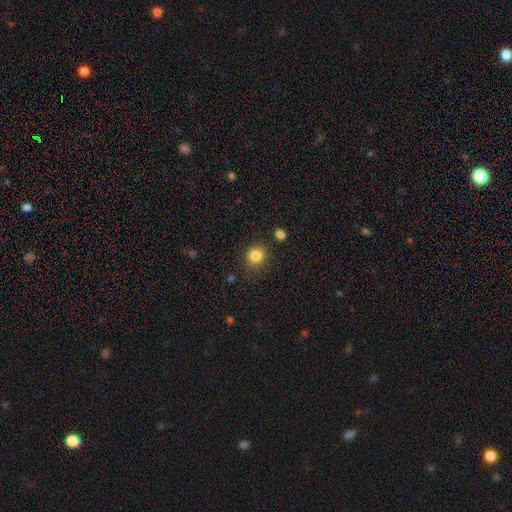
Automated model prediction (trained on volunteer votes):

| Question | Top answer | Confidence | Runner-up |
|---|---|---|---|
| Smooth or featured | smooth | 83% | star or artifact (12%) |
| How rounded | round | 87% | in between (12%) |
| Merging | none | 84% | minor disturbance (10%) |